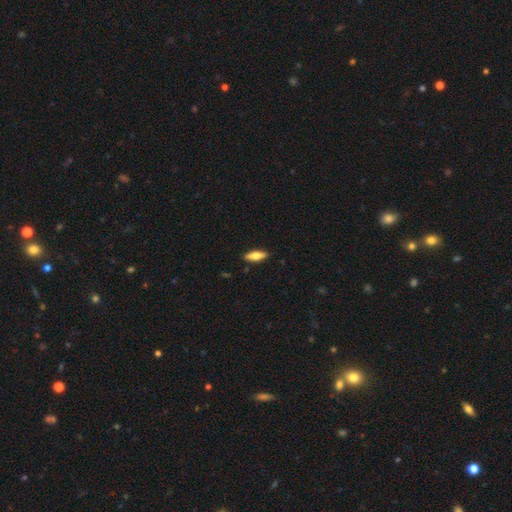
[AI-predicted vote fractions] Morphology: type=smooth (68%); roundness=in between (57%); merging=none (88%).